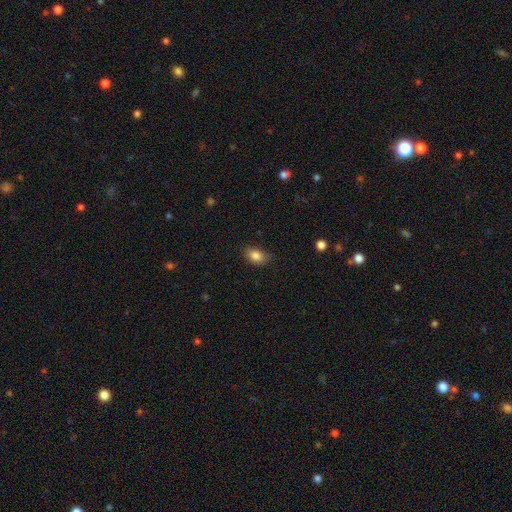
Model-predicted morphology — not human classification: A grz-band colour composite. It shows a smooth galaxy with no disk features (85%) that is in between round and cigar-shaped (80%). Merging: none (77%).